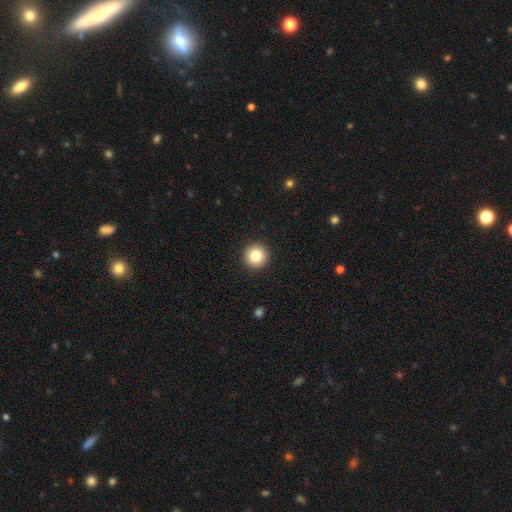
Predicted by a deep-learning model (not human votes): A smooth galaxy with no disk features (84%) that is round (96%).

Vote fractions:
- Smooth or featured? smooth: 84% / star or artifact: 10% / featured or disk: 7%
- How rounded? round: 96% / in between: 3% / cigar-shaped: 1%
- Merging? none: 94% / minor disturbance: 4% / major disturbance: 1% / merger: 1%